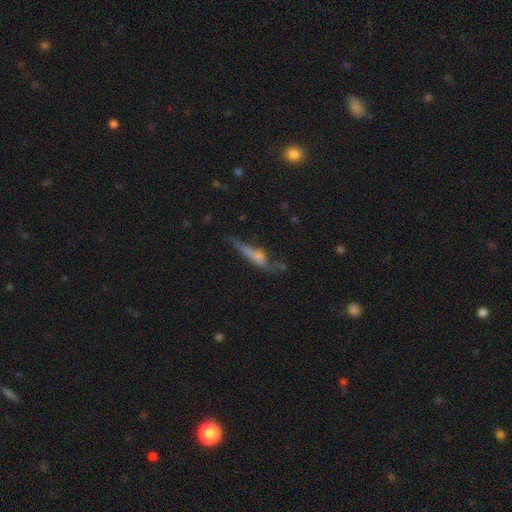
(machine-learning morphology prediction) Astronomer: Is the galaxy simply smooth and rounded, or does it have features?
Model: smooth — 47% (runner-up: featured or disk, 41%).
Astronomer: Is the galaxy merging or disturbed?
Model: none — 39% (runner-up: minor disturbance, 28%).